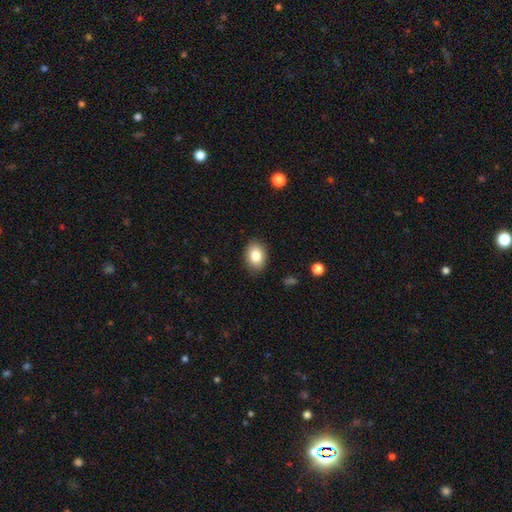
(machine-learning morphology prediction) smooth_or_featured: smooth (p=0.84) [alt: star or artifact p=0.08]
how_rounded: in between (p=0.73) [alt: round p=0.26]
merging: none (p=0.87) [alt: minor disturbance p=0.09]